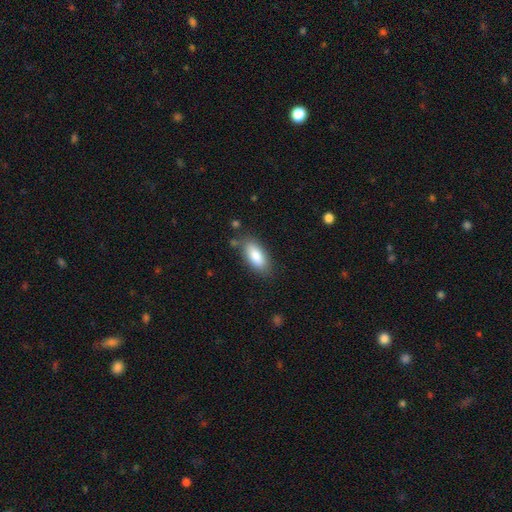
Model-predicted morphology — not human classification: smooth-or-featured: smooth: 85% | featured or disk: 9% | star or artifact: 6%
  how-rounded: in between: 86% | cigar-shaped: 12% | round: 2%
  merging: none: 78% | minor disturbance: 15% | major disturbance: 4% | merger: 3%